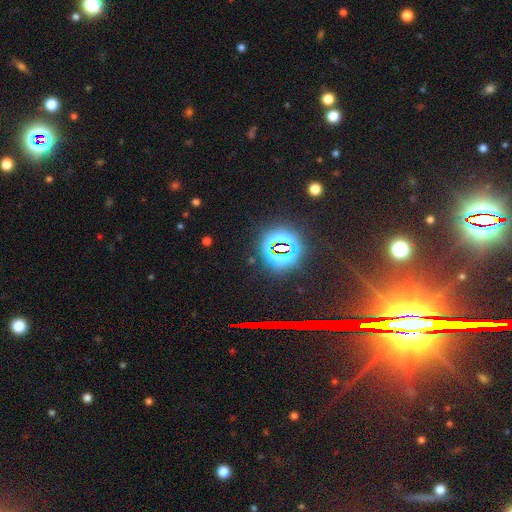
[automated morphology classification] smooth-or-featured: star or artifact: 80% | featured or disk: 11% | smooth: 9%